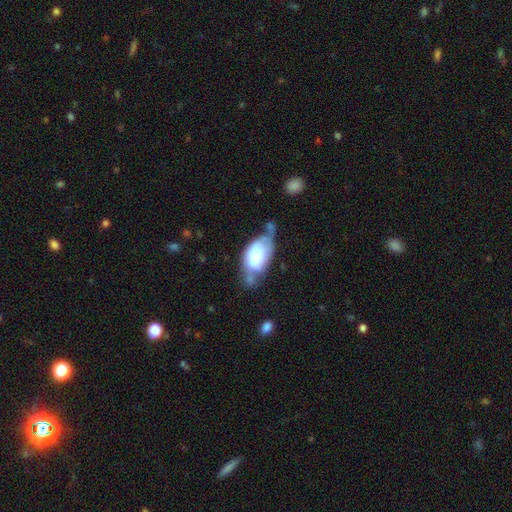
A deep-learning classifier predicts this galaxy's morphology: Smooth or featured? Predicted: smooth (p=0.59). How rounded? Predicted: in between (p=0.93). Merging? Predicted: minor disturbance (p=0.33).